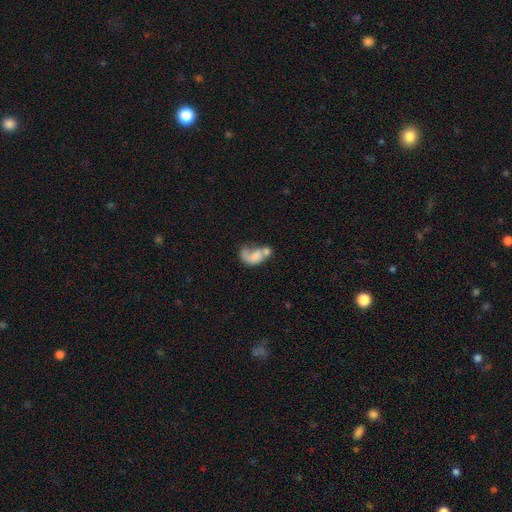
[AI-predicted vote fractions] The model was most divided on "smooth or featured": smooth: 46%, featured or disk: 45%, star or artifact: 9%. Remaining: merging — merger (46%).